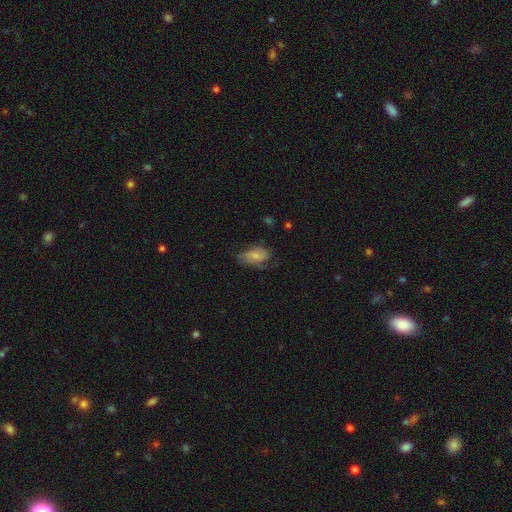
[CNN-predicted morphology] The model was most divided on "smooth or featured": smooth: 49%, featured or disk: 43%, star or artifact: 8%. More confident: merging — none (52%).